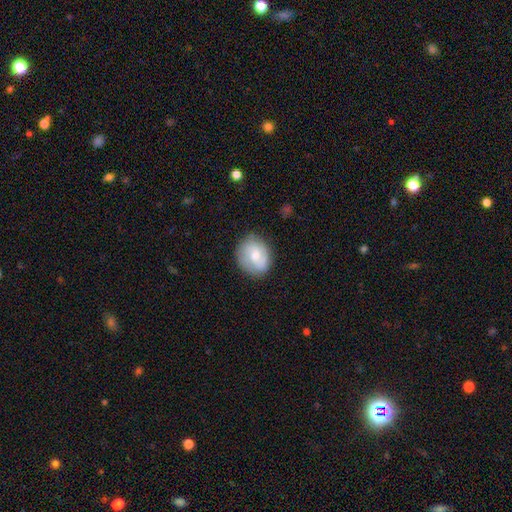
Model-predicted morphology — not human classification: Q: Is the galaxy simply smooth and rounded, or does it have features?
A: featured or disk — 47%.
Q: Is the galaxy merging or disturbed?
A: none — 77%.